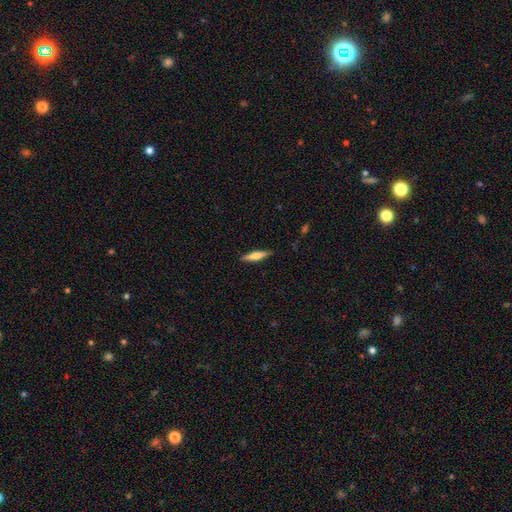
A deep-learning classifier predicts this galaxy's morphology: Q: Smooth or featured?
A: smooth (60%); runner-up: featured or disk (34%)
Q: How rounded?
A: cigar-shaped (83%); runner-up: in between (16%)
Q: Merging?
A: none (89%); runner-up: minor disturbance (8%)